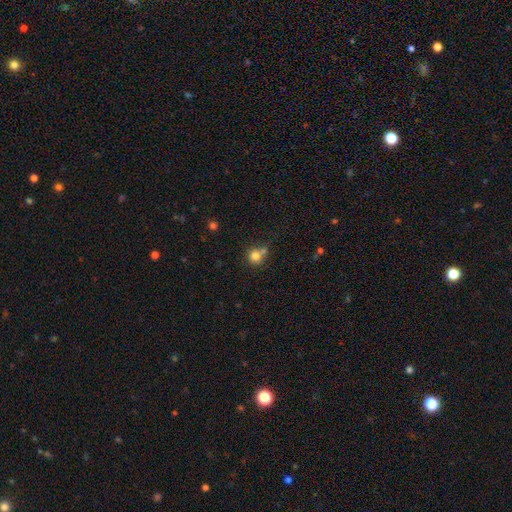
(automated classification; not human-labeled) Smooth or featured: smooth — 78% (star or artifact — 12%)
How rounded: round — 89% (in between — 10%)
Merging: none — 52% (merger — 32%)